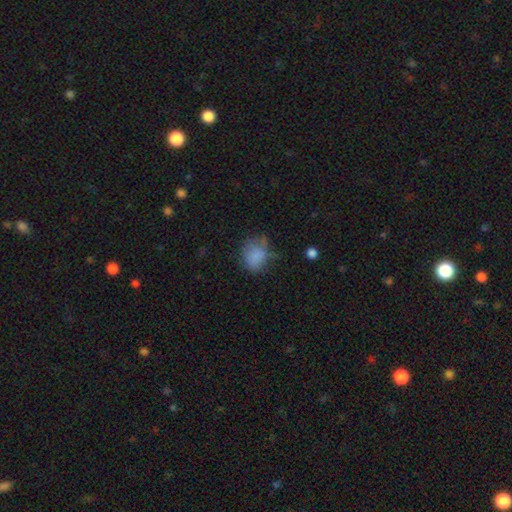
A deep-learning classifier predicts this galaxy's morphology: smooth 78%, featured or disk 12%, star or artifact 11%. Down the decision tree: how rounded — round (50%); merging — none (44%).